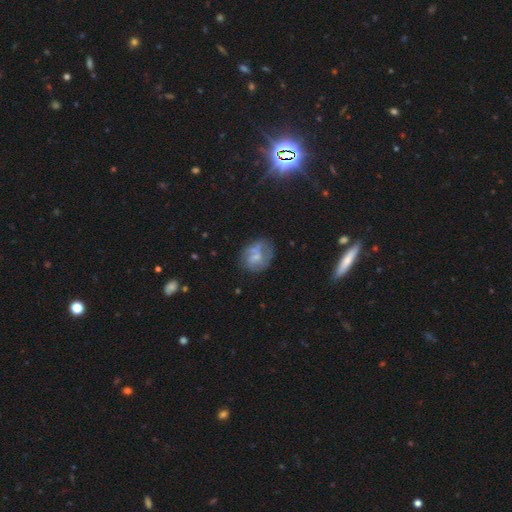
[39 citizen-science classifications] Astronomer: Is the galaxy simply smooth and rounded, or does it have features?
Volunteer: featured or disk — 51% (runner-up: smooth, 44%).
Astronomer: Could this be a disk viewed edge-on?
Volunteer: no — 100%.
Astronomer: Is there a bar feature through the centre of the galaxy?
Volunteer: no — 80%.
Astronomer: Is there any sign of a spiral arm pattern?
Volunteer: no — 70%.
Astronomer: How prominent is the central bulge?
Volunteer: none — 50% (runner-up: small, 30%).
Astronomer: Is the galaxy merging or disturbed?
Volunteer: none — 54%.